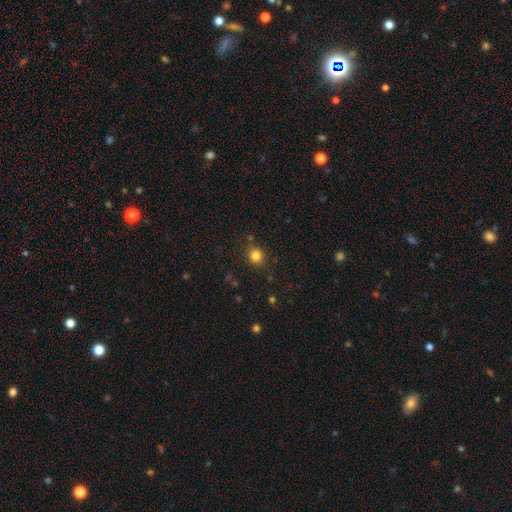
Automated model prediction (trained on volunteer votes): A smooth galaxy with no disk features (82%) that is round (88%).

Vote fractions:
- Smooth or featured? smooth: 82% / star or artifact: 13% / featured or disk: 5%
- How rounded? round: 88% / in between: 11% / cigar-shaped: 1%
- Merging? none: 84% / minor disturbance: 10% / major disturbance: 3% / merger: 3%